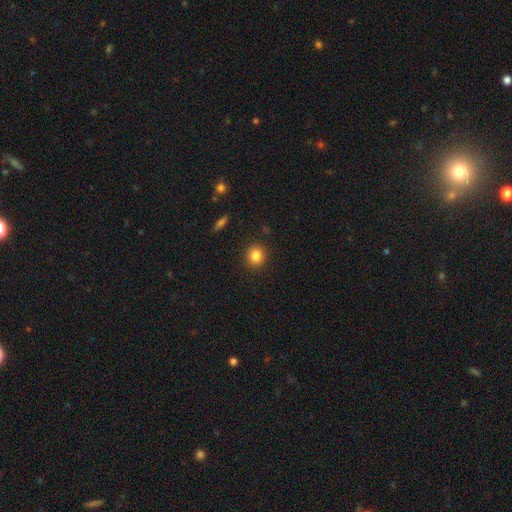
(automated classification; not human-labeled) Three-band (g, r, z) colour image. It shows a smooth galaxy with no disk features (84%) that is round (87%). Merging: none (91%).